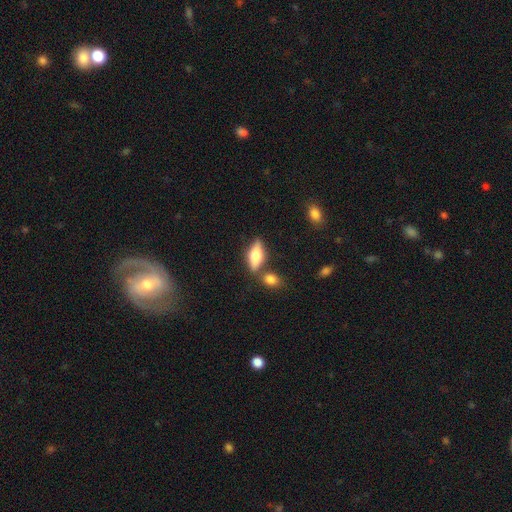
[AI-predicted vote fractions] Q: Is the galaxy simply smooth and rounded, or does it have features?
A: smooth — 64%.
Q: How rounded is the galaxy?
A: in between — 73%.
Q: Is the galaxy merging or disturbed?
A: none — 65%.